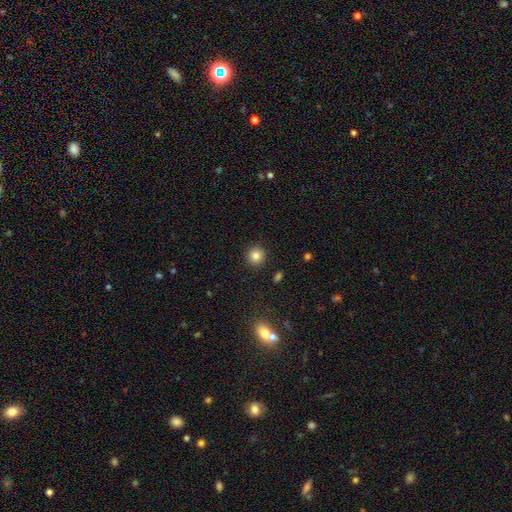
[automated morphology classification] This is clearly a smooth galaxy (83%). How rounded: clearly round (94%). Merging: clearly none (92%).